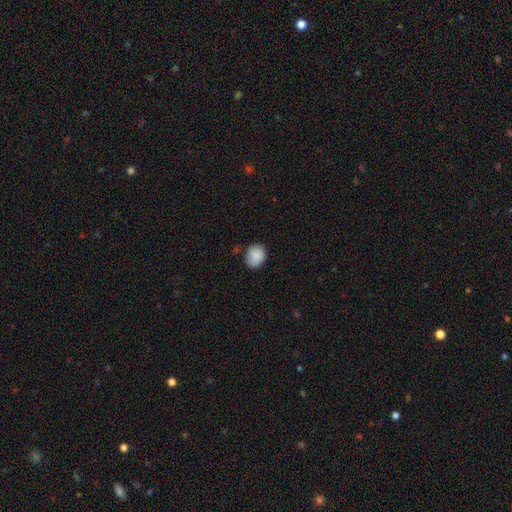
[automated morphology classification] A smooth galaxy with no disk features (88%) that is round (58%).

Vote fractions:
- Smooth or featured? smooth: 88% / star or artifact: 7% / featured or disk: 4%
- How rounded? round: 58% / in between: 41% / cigar-shaped: 1%
- Merging? none: 79% / minor disturbance: 16% / major disturbance: 3% / merger: 2%